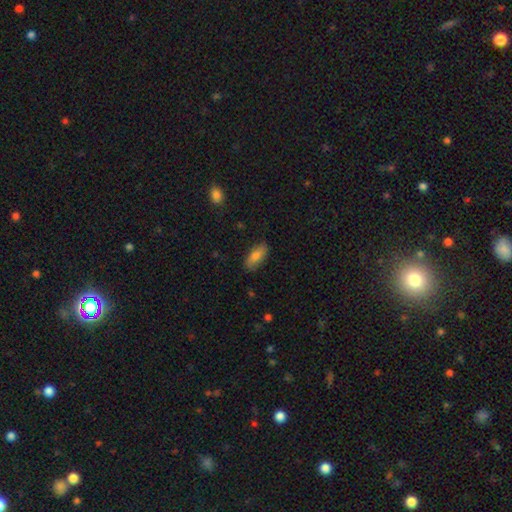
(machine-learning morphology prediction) type=smooth (81%); roundness=in between (83%); merging=none (81%).